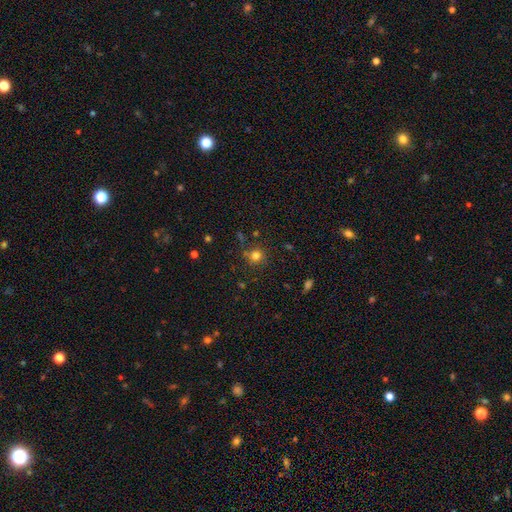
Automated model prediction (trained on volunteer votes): Q: Smooth or featured?
A: smooth (78%); runner-up: star or artifact (16%)
Q: How rounded?
A: round (91%); runner-up: in between (8%)
Q: Merging?
A: none (80%); runner-up: minor disturbance (11%)